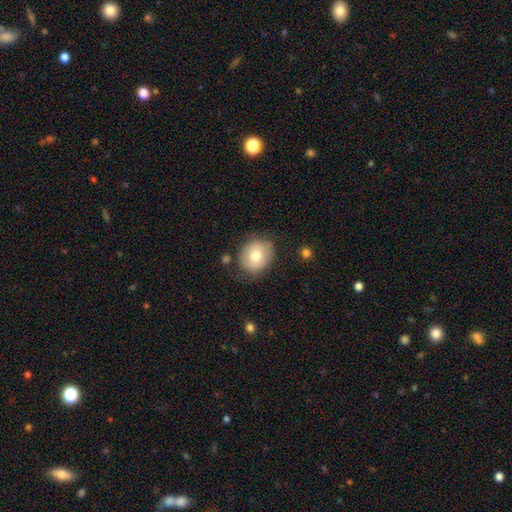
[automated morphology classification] This appears to be a smooth galaxy with no disk features (74%) that is round (67%). Merging: none (76%).